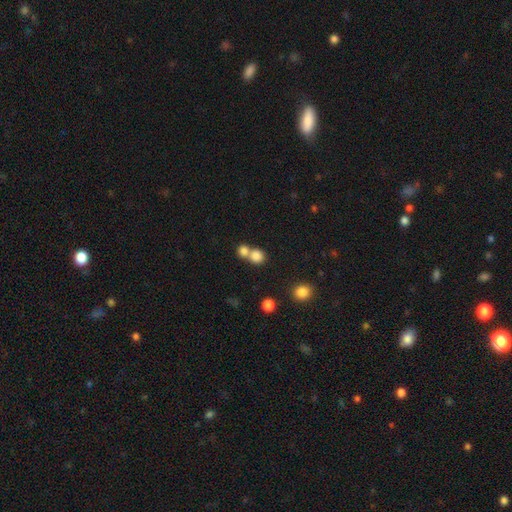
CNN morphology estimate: The model was most divided on "merging": merger: 50%, none: 42%, minor disturbance: 5%, major disturbance: 2%. More confident: how rounded — round (85%); smooth or featured — smooth (81%).